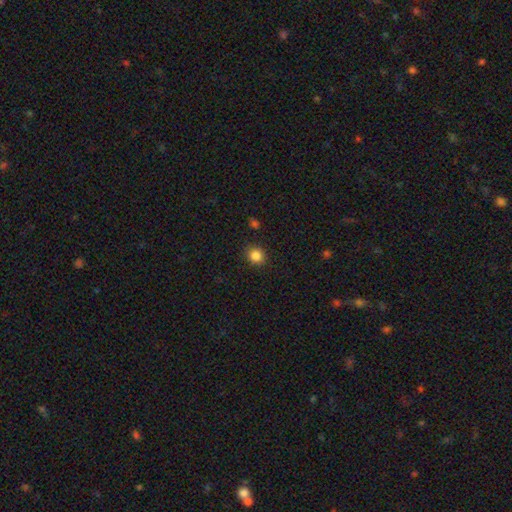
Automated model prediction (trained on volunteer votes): This appears to be a smooth galaxy with no disk features (85%) that is round (82%). Merging: none (88%).